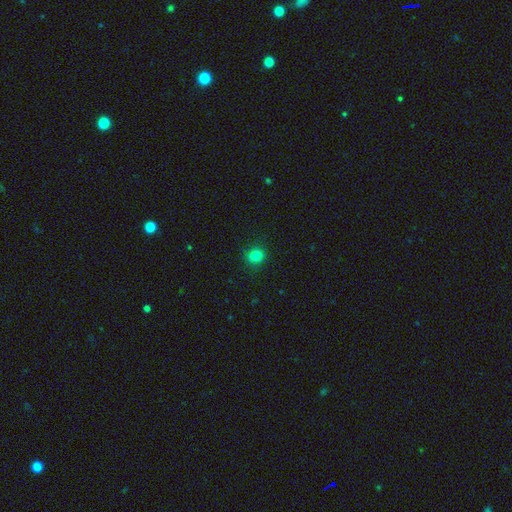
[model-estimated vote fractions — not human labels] This is clearly a smooth galaxy (83%). How rounded: clearly round (88%). Merging: clearly none (89%).